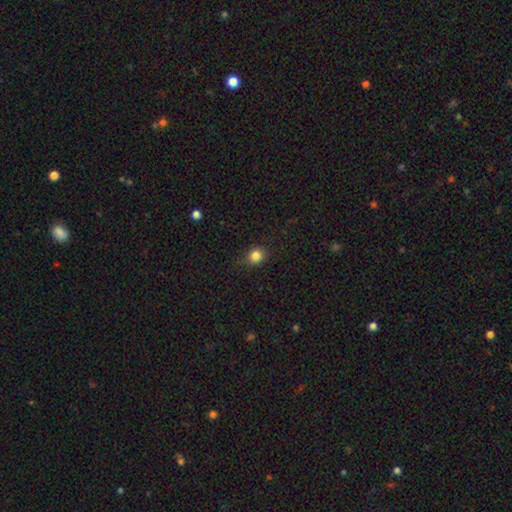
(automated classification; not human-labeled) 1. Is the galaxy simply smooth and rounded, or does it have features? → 83% smooth, 12% star or artifact, 5% featured or disk.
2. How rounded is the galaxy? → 75% round, 24% in between, 1% cigar-shaped.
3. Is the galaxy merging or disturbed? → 85% none, 11% minor disturbance, 3% major disturbance, 1% merger.